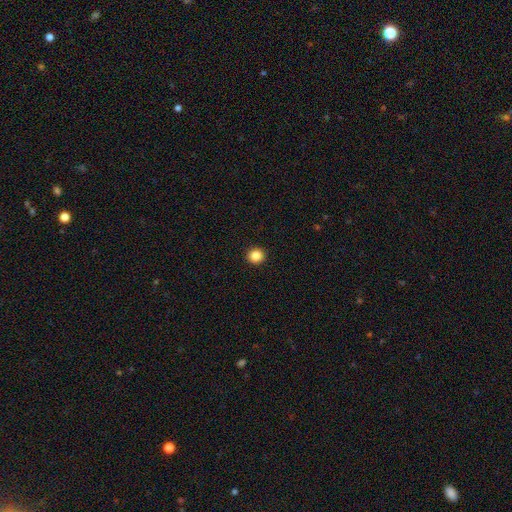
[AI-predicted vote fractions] Overall: smooth (85%). How rounded: round (92%). Merging: none (94%).